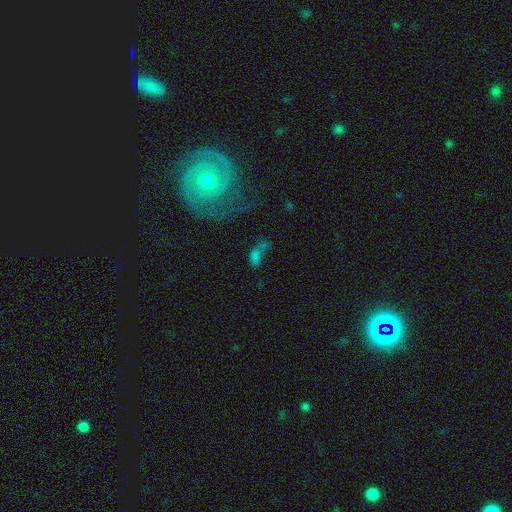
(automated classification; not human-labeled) Q: Smooth or featured?
A: smooth (56%); runner-up: star or artifact (26%)
Q: How rounded?
A: in between (81%); runner-up: cigar-shaped (10%)
Q: Merging?
A: none (30%); runner-up: merger (29%)